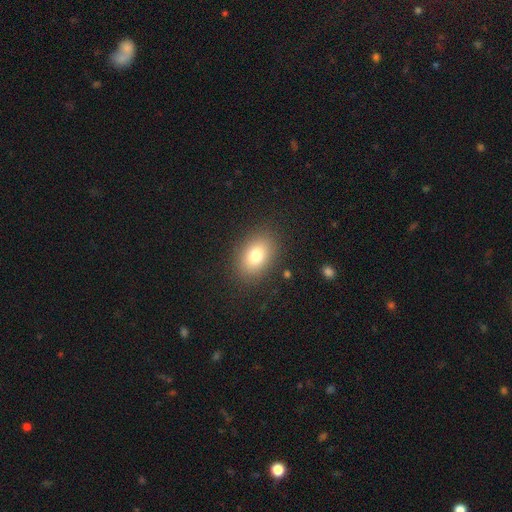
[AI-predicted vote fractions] Overall: smooth (78%). How rounded: in between (80%). Merging: none (86%).